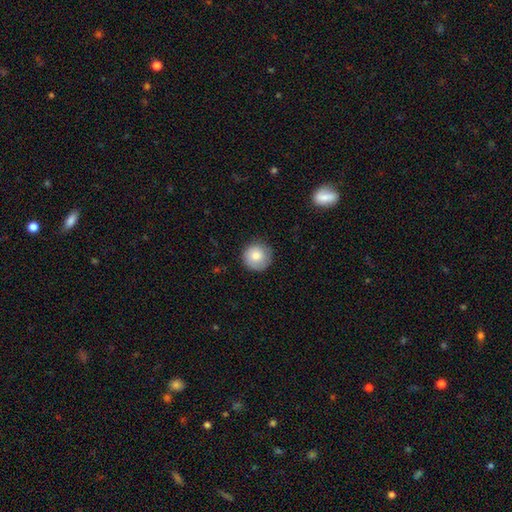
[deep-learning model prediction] Smooth or featured: smooth — 81% (featured or disk — 12%)
How rounded: round — 96% (in between — 3%)
Merging: none — 84% (minor disturbance — 12%)